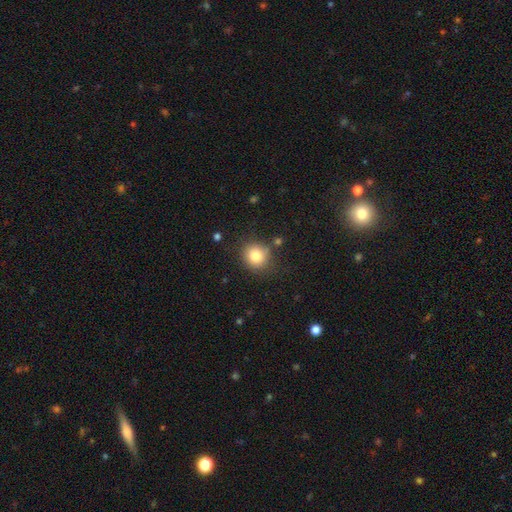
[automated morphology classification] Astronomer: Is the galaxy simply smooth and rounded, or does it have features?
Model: smooth — 81%.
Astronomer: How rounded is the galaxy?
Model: round — 86%.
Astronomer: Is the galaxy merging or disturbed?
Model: none — 82%.